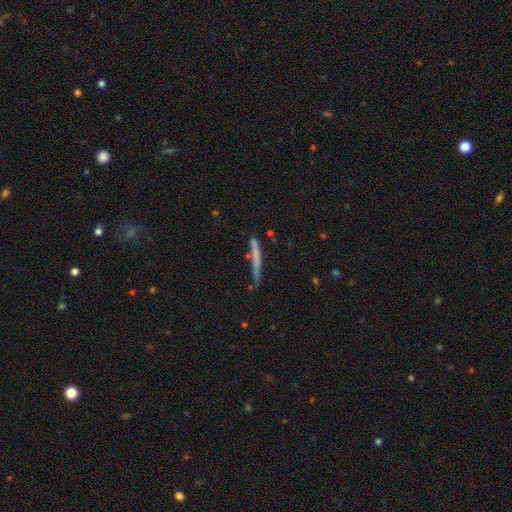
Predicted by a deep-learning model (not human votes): smooth-or-featured: smooth: 58% | featured or disk: 34% | star or artifact: 8%
  how-rounded: cigar-shaped: 96% | in between: 3% | round: 2%
  merging: none: 66% | minor disturbance: 22% | major disturbance: 7% | merger: 6%